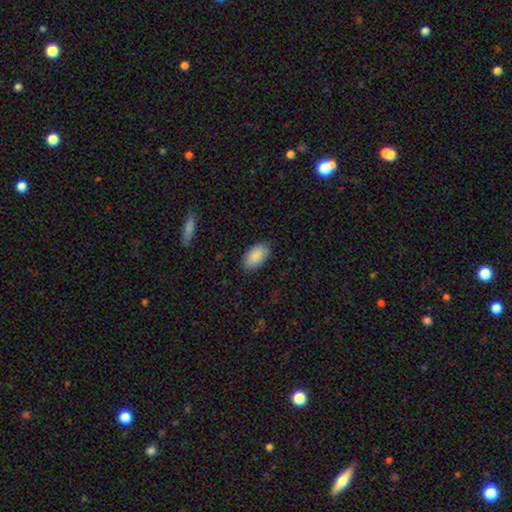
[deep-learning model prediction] Smooth or featured?
  - smooth: 89% *
  - star or artifact: 6%
  - featured or disk: 6%
How rounded?
  - in between: 95% *
  - round: 3%
  - cigar-shaped: 2%
Merging?
  - none: 85% *
  - minor disturbance: 12%
  - major disturbance: 3%
  - merger: 1%